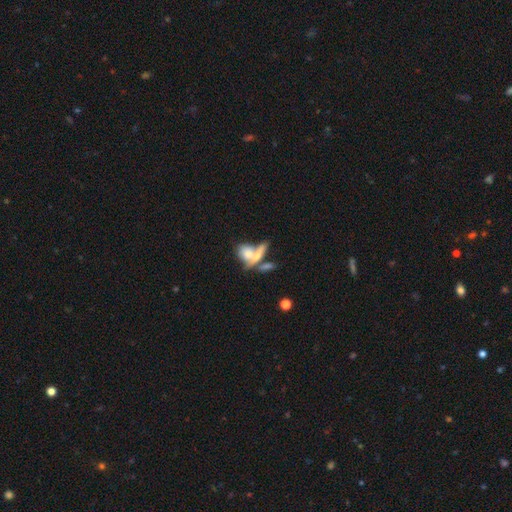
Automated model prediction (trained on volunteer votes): The model was most divided on "merging": merger: 57%, none: 27%, minor disturbance: 9%, major disturbance: 7%. More confident: how rounded — in between (66%); smooth or featured — smooth (63%).